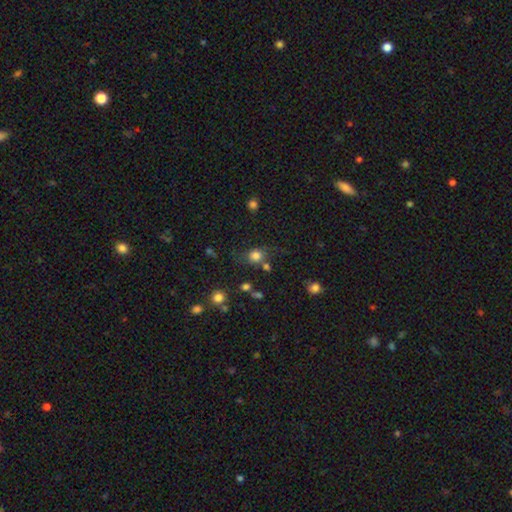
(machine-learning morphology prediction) smooth_or_featured: smooth (p=0.78) [alt: star or artifact p=0.13]
how_rounded: round (p=0.74) [alt: in between p=0.25]
merging: none (p=0.63) [alt: minor disturbance p=0.18]